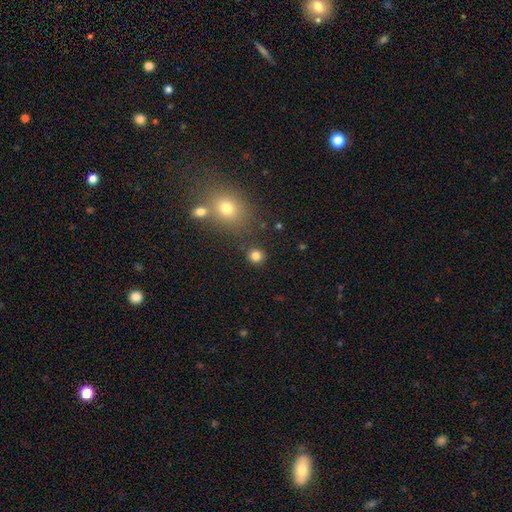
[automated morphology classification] Q: Smooth or featured?
A: smooth (81%); runner-up: star or artifact (14%)
Q: How rounded?
A: round (89%); runner-up: in between (10%)
Q: Merging?
A: none (85%); runner-up: minor disturbance (7%)